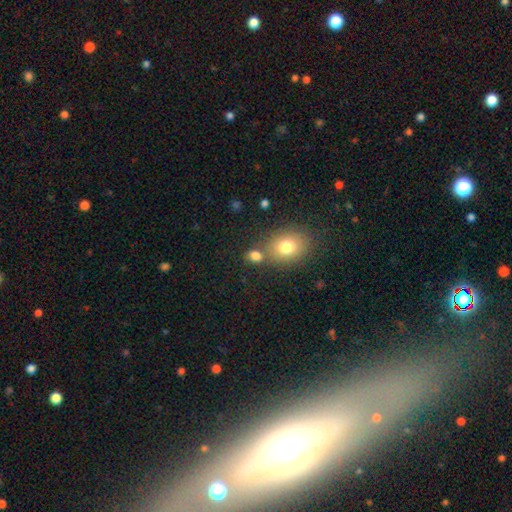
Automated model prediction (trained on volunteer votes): smooth-or-featured: smooth: 80% | star or artifact: 12% | featured or disk: 8%
  how-rounded: in between: 50% | round: 48% | cigar-shaped: 2%
  merging: none: 61% | merger: 24% | minor disturbance: 11% | major disturbance: 4%